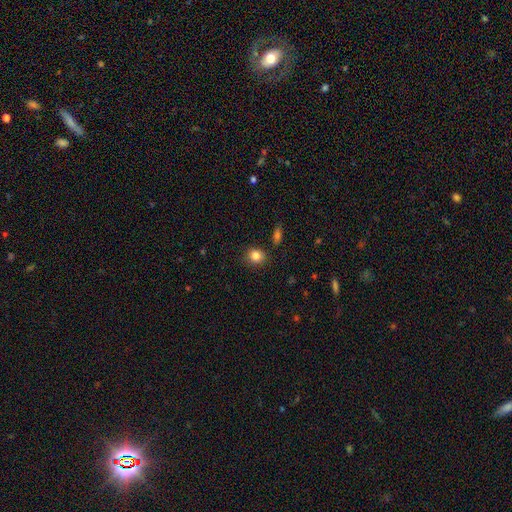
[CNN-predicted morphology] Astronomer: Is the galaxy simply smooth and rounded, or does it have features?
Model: smooth — 84%.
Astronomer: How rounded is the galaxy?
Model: round — 71%.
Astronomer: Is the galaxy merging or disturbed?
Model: none — 85%.